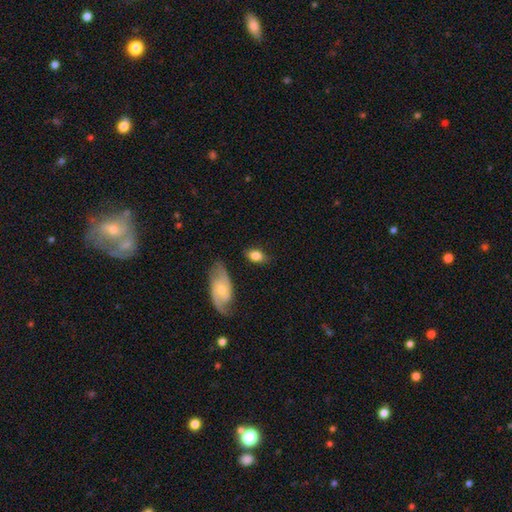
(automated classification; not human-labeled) Smooth or featured? Predicted: smooth (p=0.76). How rounded? Predicted: in between (p=0.87). Merging? Predicted: none (p=0.74).